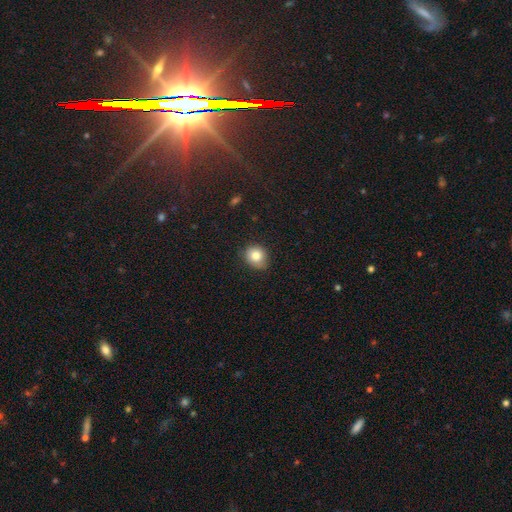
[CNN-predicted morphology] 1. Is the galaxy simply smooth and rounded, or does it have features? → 81% smooth, 10% star or artifact, 9% featured or disk.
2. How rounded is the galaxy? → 67% round, 32% in between, 1% cigar-shaped.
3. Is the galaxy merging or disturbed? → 73% none, 22% minor disturbance, 4% major disturbance, 1% merger.